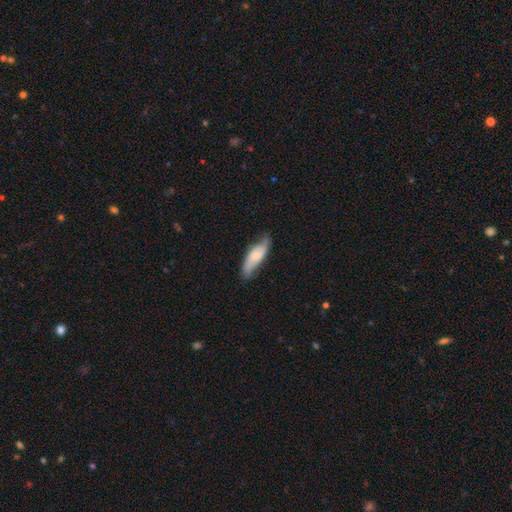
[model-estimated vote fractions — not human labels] Overall: smooth (53%; featured or disk 40%). How rounded: in between (55%; cigar-shaped 43%). Merging: none (68%).